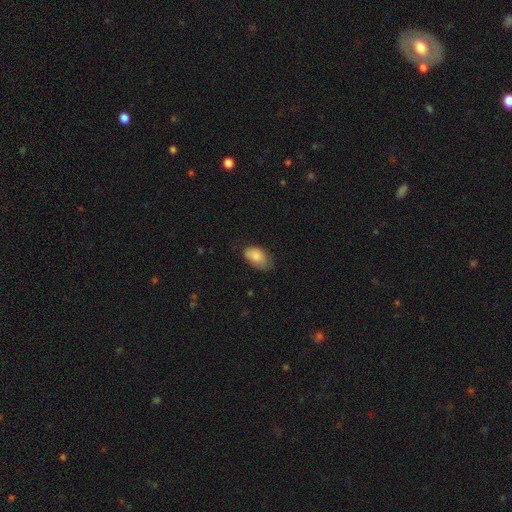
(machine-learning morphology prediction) Overall: smooth (85%). How rounded: in between (93%). Merging: none (61%; minor disturbance 31%).